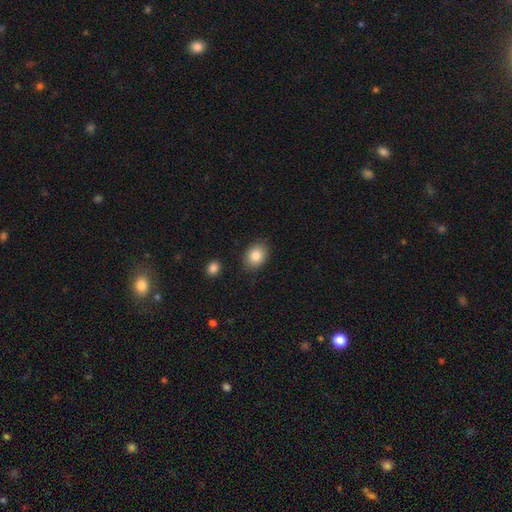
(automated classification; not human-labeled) Smooth or featured?
  - smooth: 83% *
  - star or artifact: 9%
  - featured or disk: 8%
How rounded?
  - in between: 58% *
  - round: 42%
  - cigar-shaped: 1%
Merging?
  - none: 85% *
  - minor disturbance: 10%
  - major disturbance: 2%
  - merger: 2%